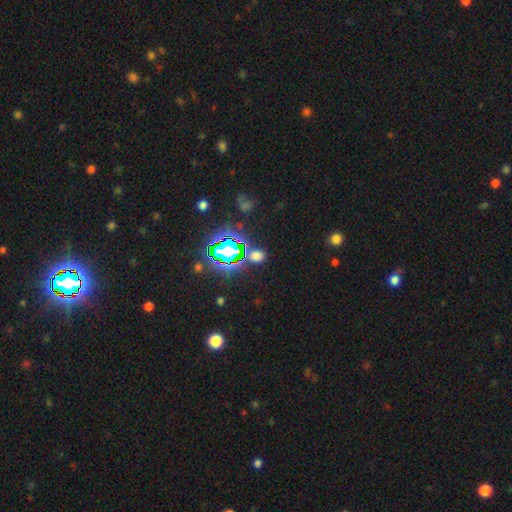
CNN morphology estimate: This is possibly a smooth galaxy (49%). Merging: likely none (78%).